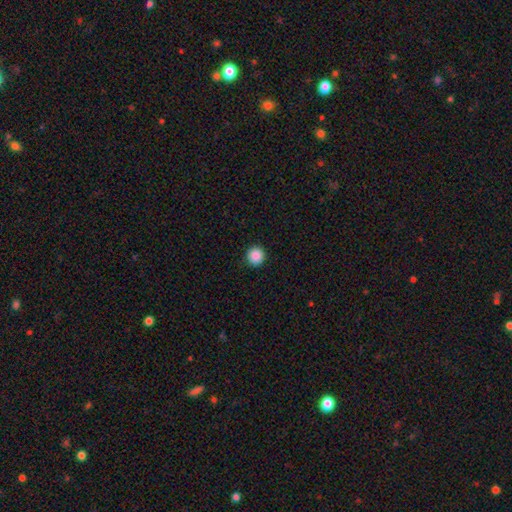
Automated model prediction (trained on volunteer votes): This appears to be a smooth galaxy with no disk features (88%) that is round (95%). Merging: none (92%).